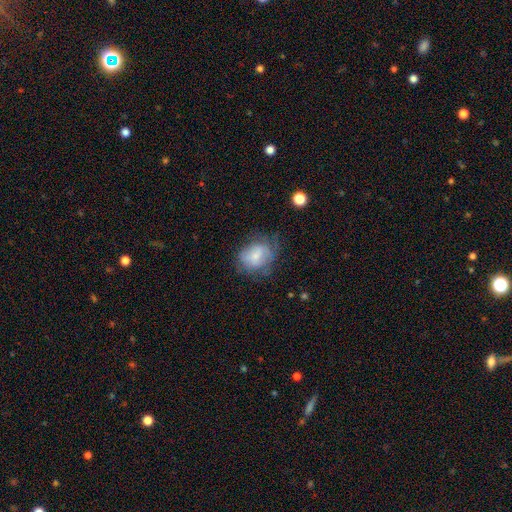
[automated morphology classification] smooth 61%, featured or disk 31%, star or artifact 8%. Down the decision tree: how rounded — in between (50%); merging — none (49%).